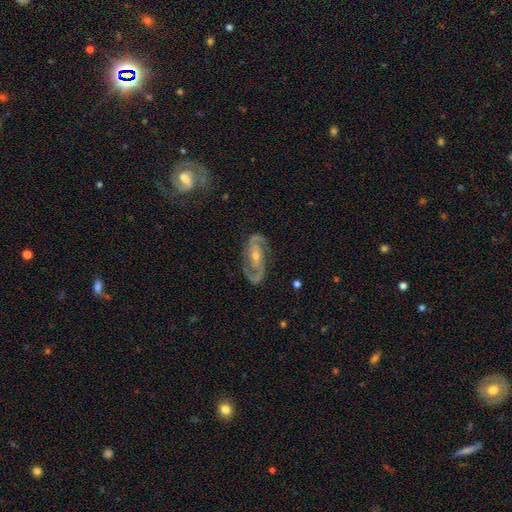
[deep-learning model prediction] smooth_or_featured: featured or disk (p=0.90) [alt: star or artifact p=0.06]
disk_edge_on: no (p=0.96) [alt: yes p=0.04]
bar: no (p=0.38) [alt: weak p=0.35]
has_spiral_arms: yes (p=0.97) [alt: no p=0.03]
spiral_winding: medium (p=0.54) [alt: tight p=0.25]
spiral_arm_count: 2 (p=0.92) [alt: can't tell p=0.03]
bulge_size: small (p=0.51) [alt: moderate p=0.45]
merging: none (p=0.79) [alt: minor disturbance p=0.14]